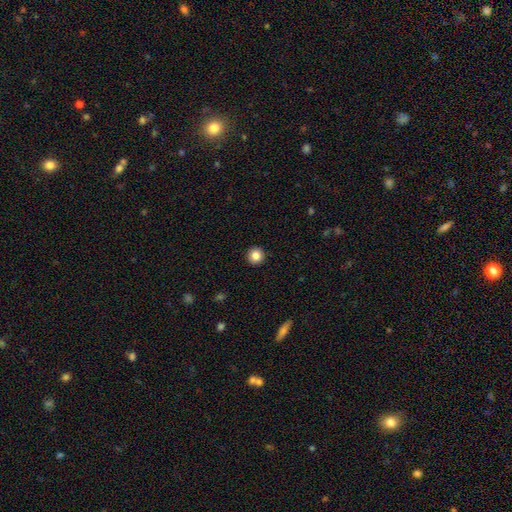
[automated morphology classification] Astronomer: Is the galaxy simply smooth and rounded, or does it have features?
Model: smooth — 85%.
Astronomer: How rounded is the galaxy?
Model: round — 95%.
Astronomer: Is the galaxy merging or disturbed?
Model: none — 93%.